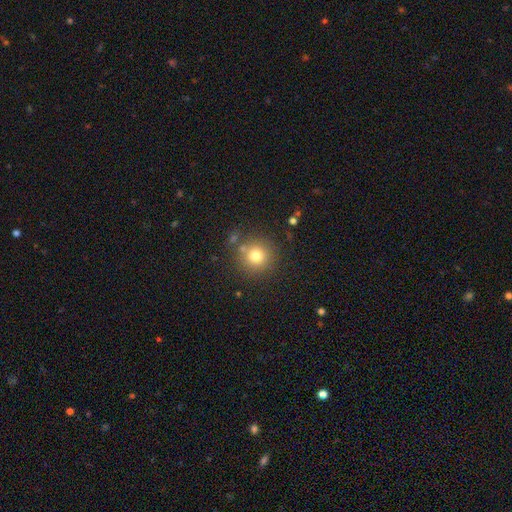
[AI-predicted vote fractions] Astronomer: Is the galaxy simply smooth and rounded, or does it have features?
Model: smooth — 77%.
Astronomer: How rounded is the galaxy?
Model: round — 94%.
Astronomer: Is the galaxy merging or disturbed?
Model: none — 79%.